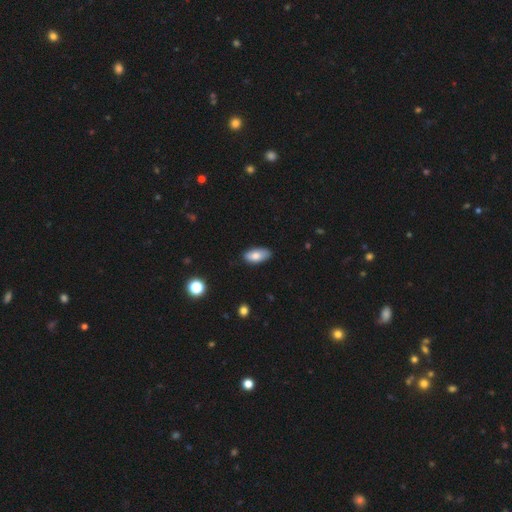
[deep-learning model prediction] This is likely a smooth galaxy (80%). How rounded: clearly in between (91%). Merging: likely none (80%).